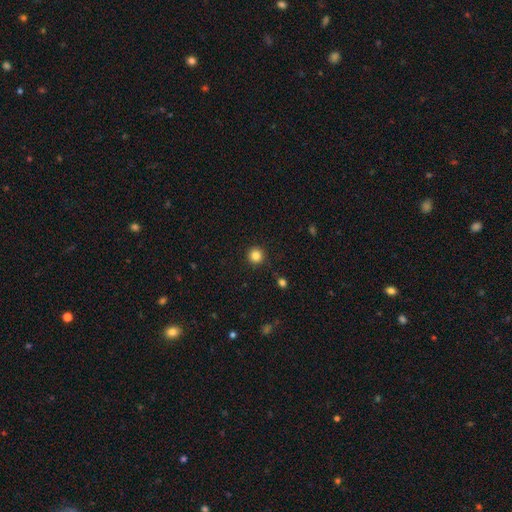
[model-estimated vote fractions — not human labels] The model was most divided on "smooth or featured": smooth: 84%, star or artifact: 12%, featured or disk: 4%. More confident: how rounded — round (95%); merging — none (92%).